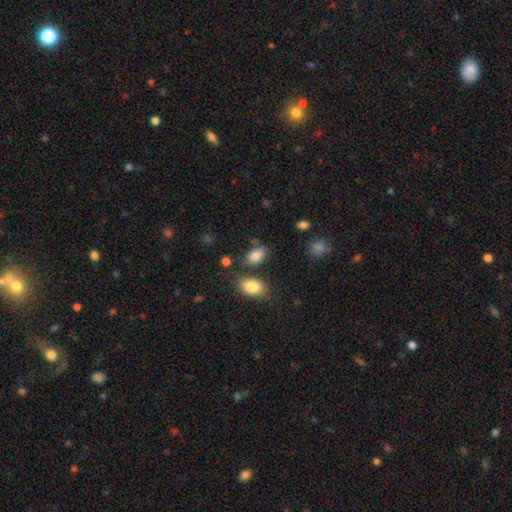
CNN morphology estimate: This appears to be a smooth galaxy with no disk features (86%) that is in between round and cigar-shaped (90%). Merging: none (73%).